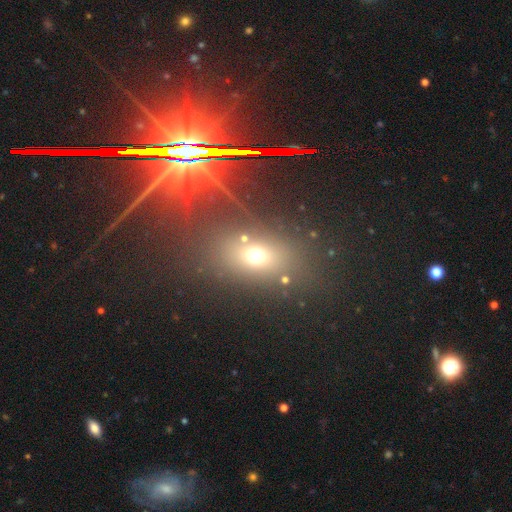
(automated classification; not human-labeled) Smooth or featured? Predicted: smooth (p=0.60). How rounded? Predicted: in between (p=0.59). Merging? Predicted: none (p=0.74).